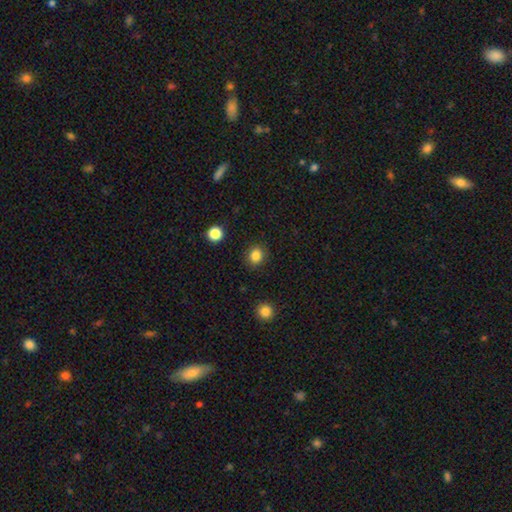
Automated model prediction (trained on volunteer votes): Smooth or featured? smooth (84%)
How rounded? round (75%)
Merging? none (89%)